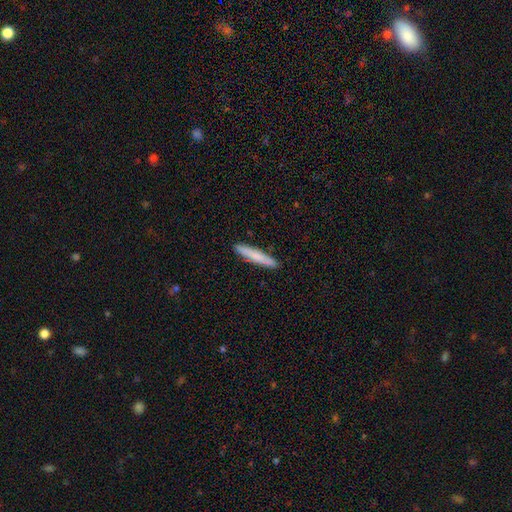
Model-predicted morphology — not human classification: A smooth galaxy with no disk features (75%) that is cigar-shaped (94%).

Vote fractions:
- Smooth or featured? smooth: 75% / featured or disk: 20% / star or artifact: 5%
- How rounded? cigar-shaped: 94% / in between: 5% / round: 1%
- Merging? none: 91% / minor disturbance: 7% / major disturbance: 1% / merger: 1%